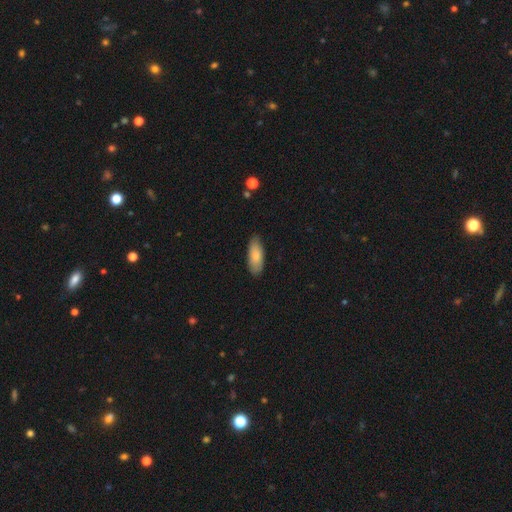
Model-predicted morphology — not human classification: smooth 81%, featured or disk 13%, star or artifact 6%. Down the decision tree: how rounded — in between (80%); merging — none (85%).